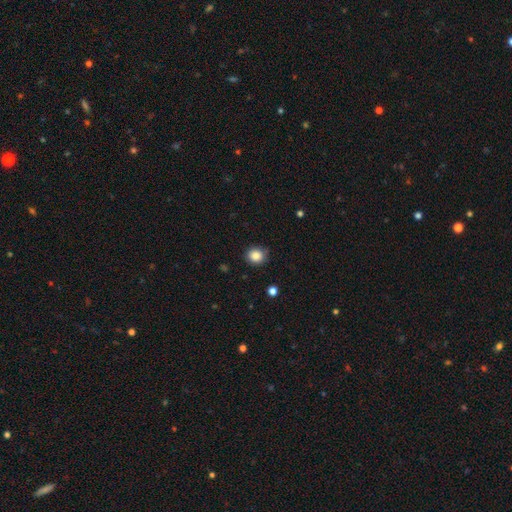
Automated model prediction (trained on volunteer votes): Smooth or featured? Predicted: smooth (p=0.86). How rounded? Predicted: round (p=0.83). Merging? Predicted: none (p=0.84).